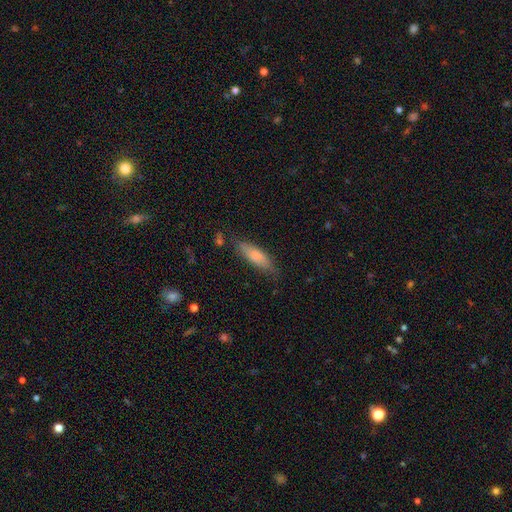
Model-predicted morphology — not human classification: The model was most divided on "how rounded": cigar-shaped: 53%, in between: 45%, round: 2%. More confident: smooth or featured — smooth (76%); merging — none (74%).